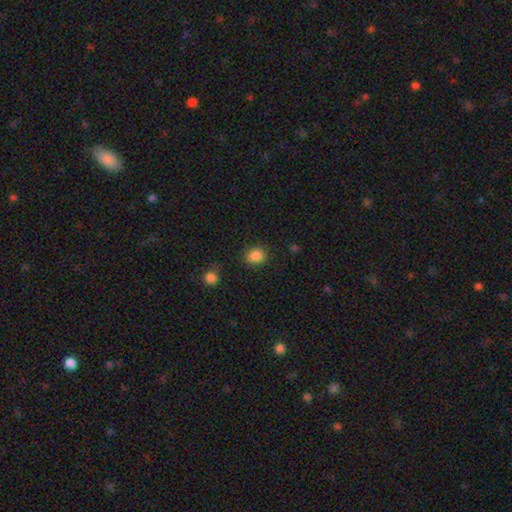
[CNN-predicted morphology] A smooth galaxy with no disk features (87%) that is round (73%). Merging: none (83%).